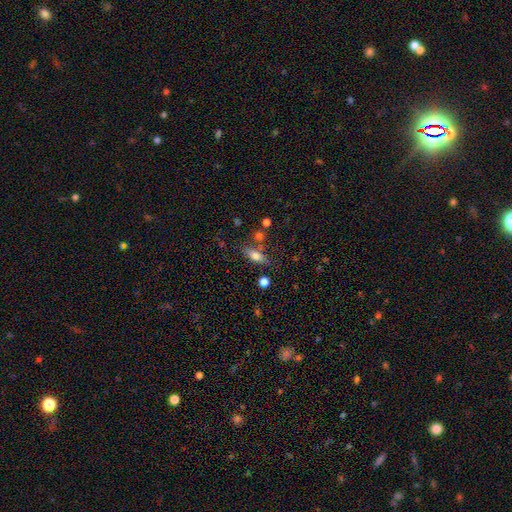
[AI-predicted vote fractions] Q: Smooth or featured?
A: smooth (67%); runner-up: featured or disk (24%)
Q: How rounded?
A: in between (67%); runner-up: cigar-shaped (28%)
Q: Merging?
A: none (67%); runner-up: minor disturbance (16%)